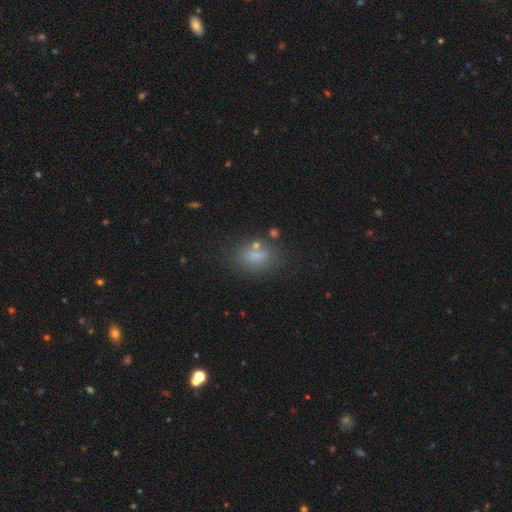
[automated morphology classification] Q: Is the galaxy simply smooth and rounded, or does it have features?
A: smooth — 69%.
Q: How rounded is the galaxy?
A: in between — 75%.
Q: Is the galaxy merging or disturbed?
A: none — 65%.